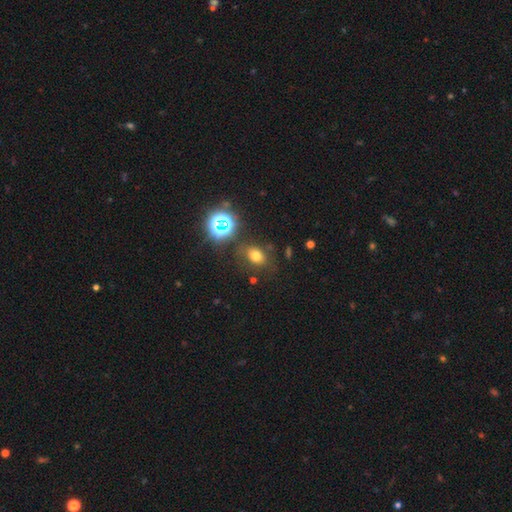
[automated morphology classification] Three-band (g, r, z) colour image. It shows a smooth galaxy with no disk features (66%) that is in between round and cigar-shaped (60%). Merging: none (75%).